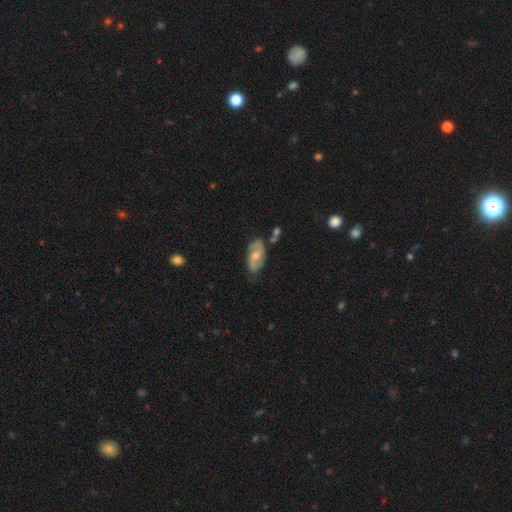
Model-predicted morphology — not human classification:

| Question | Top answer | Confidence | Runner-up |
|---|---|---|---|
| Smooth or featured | featured or disk | 66% | smooth (28%) |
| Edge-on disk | no | 93% | yes (7%) |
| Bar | no | 55% | weak (37%) |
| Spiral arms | yes | 86% | no (14%) |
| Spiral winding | medium | 44% | loose (34%) |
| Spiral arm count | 2 | 85% | can't tell (9%) |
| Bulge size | moderate | 62% | small (32%) |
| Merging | none | 71% | minor disturbance (20%) |